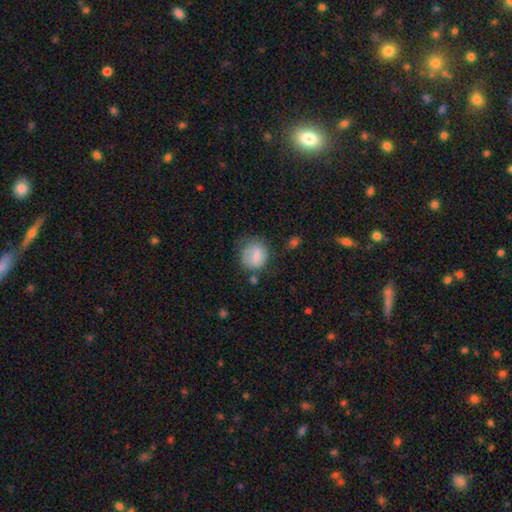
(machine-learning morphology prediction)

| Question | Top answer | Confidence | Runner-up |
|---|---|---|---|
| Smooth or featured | smooth | 69% | featured or disk (23%) |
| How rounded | round | 75% | in between (24%) |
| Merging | none | 59% | minor disturbance (25%) |